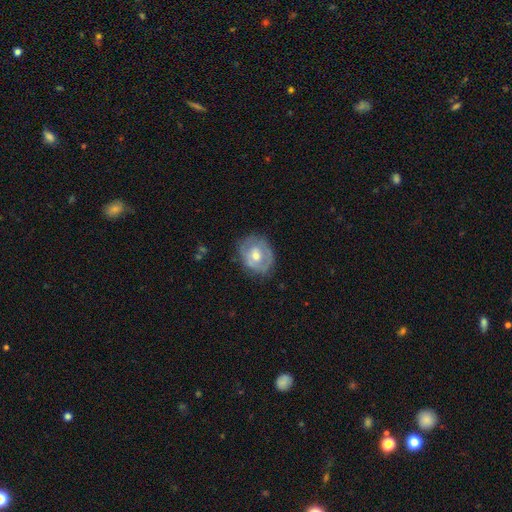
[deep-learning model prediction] Smooth or featured?
  - featured or disk: 57% *
  - smooth: 37%
  - star or artifact: 6%
Edge-on disk?
  - no: 96% *
  - yes: 4%
Bar?
  - no: 63% *
  - weak: 30%
  - strong: 8%
Spiral arms?
  - no: 57% *
  - yes: 43%
Bulge size?
  - moderate: 68% *
  - small: 26%
  - large: 5%
  - none: 1%
  - dominant: 1%
Merging?
  - none: 69% *
  - minor disturbance: 22%
  - major disturbance: 8%
  - merger: 1%